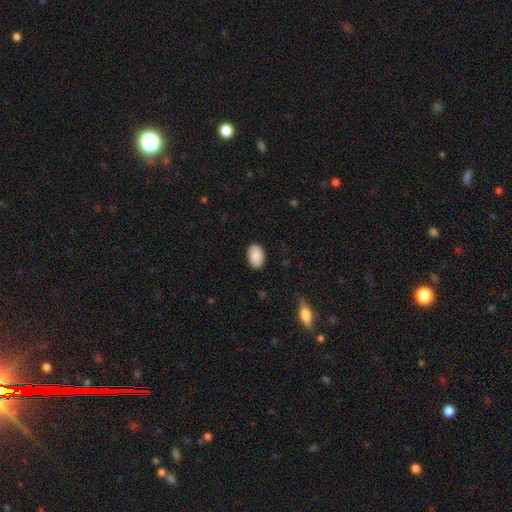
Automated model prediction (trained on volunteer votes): Smooth or featured? Predicted: smooth (p=0.90). How rounded? Predicted: in between (p=0.93). Merging? Predicted: none (p=0.87).